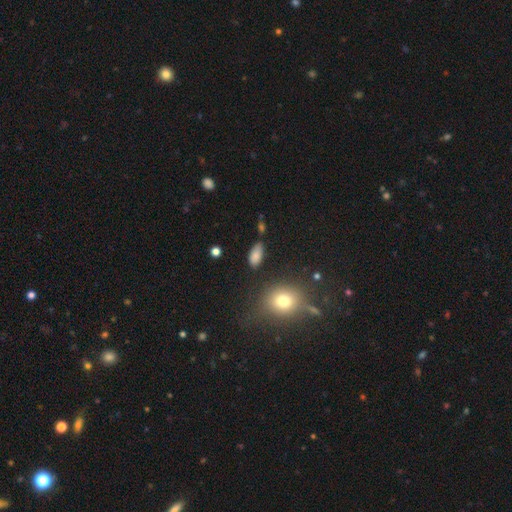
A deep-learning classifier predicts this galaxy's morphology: Smooth or featured: smooth — 83% (star or artifact — 9%)
How rounded: in between — 88% (cigar-shaped — 7%)
Merging: none — 78% (minor disturbance — 15%)